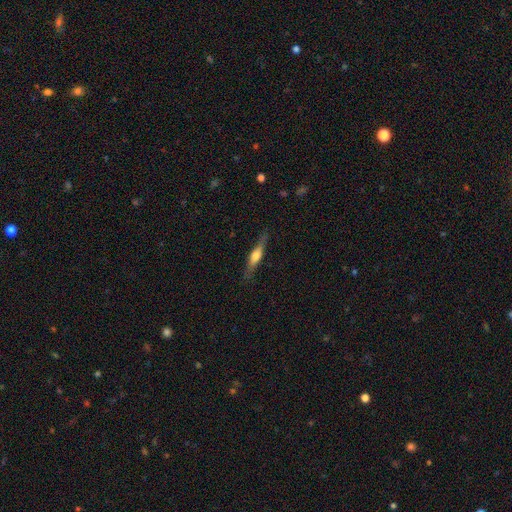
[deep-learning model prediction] This is possibly a featured or disk galaxy (59%). It is clearly viewed edge-on (95%). Edge-on bulge: clearly rounded (85%). Merging: clearly none (83%).